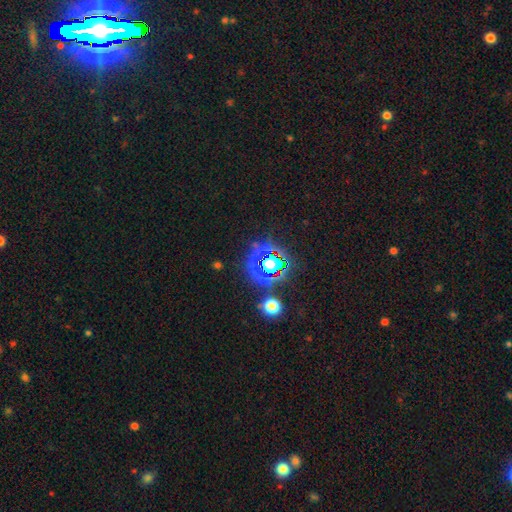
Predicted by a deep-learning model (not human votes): A star or artifact, not a galaxy (82%).